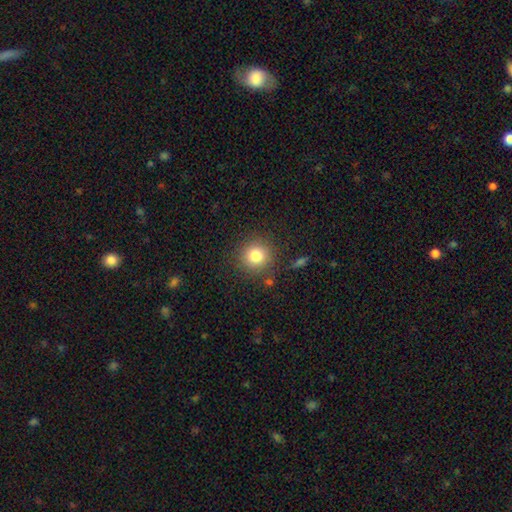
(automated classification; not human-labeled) Overall: smooth (81%). How rounded: round (92%). Merging: none (86%).